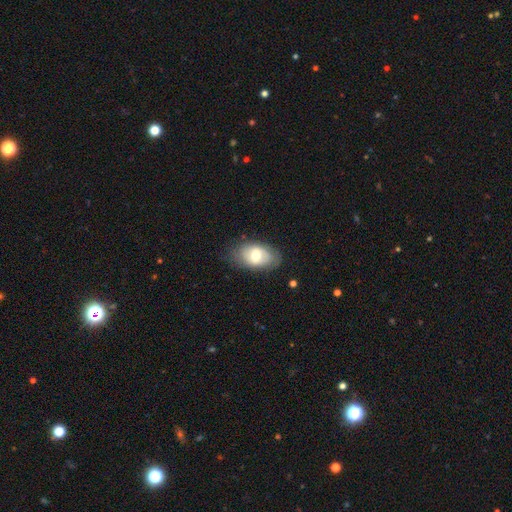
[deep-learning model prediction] Morphology: type=smooth (57%); roundness=in between (90%); merging=none (74%).